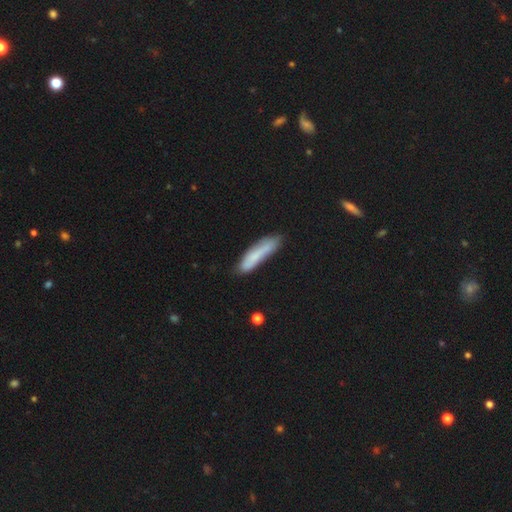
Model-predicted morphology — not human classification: This is likely a smooth galaxy (69%). How rounded: clearly cigar-shaped (83%). Merging: likely none (68%).